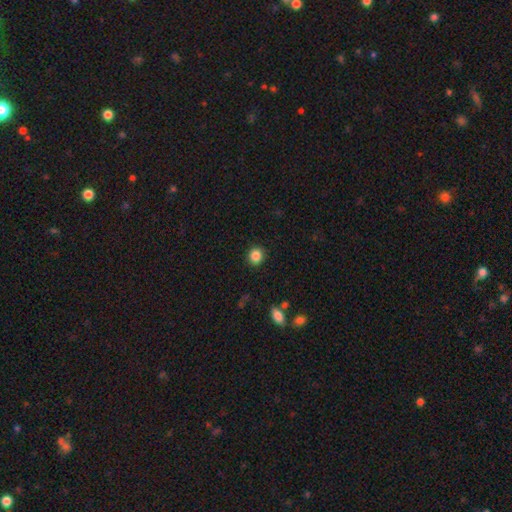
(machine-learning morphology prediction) The model was most divided on "how rounded": round: 84%, in between: 15%, cigar-shaped: 1%. More confident: merging — none (91%); smooth or featured — smooth (85%).